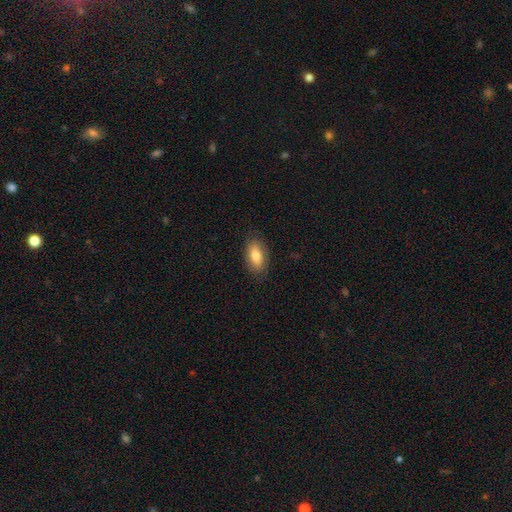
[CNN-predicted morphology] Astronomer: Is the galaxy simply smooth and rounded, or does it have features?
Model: smooth — 75%.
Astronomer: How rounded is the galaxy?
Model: in between — 91%.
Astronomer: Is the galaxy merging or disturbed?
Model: none — 82%.